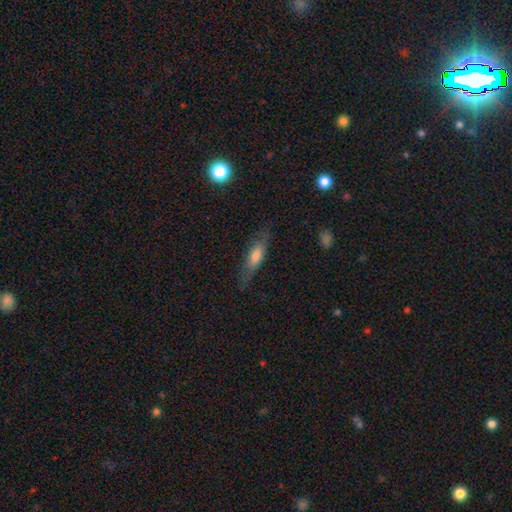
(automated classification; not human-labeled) smooth 51%, featured or disk 41%, star or artifact 8%. Down the decision tree: how rounded — cigar-shaped (70%); merging — none (79%).